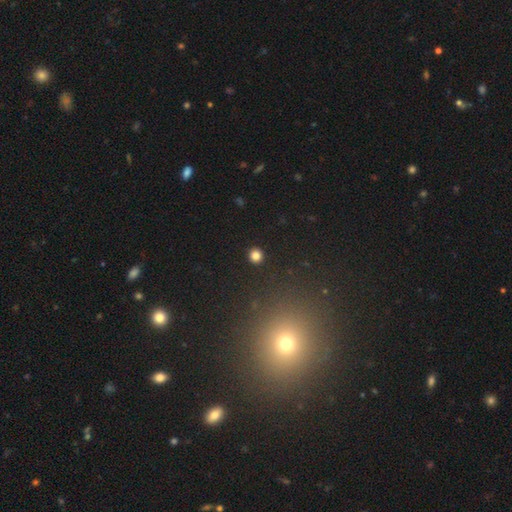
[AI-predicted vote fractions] smooth_or_featured: smooth (p=0.82) [alt: star or artifact p=0.13]
how_rounded: round (p=0.92) [alt: in between p=0.07]
merging: none (p=0.93) [alt: minor disturbance p=0.04]